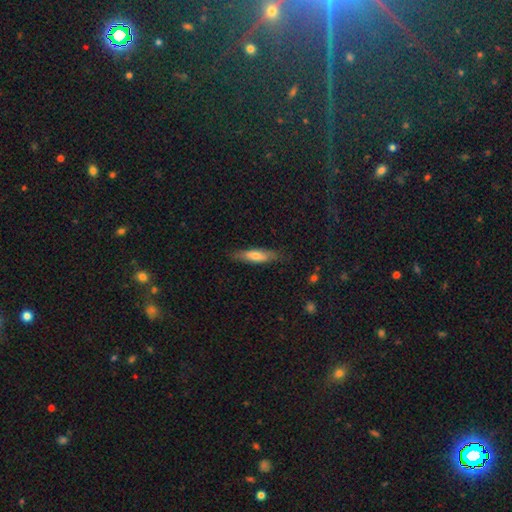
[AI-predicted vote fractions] This is likely a smooth galaxy (60%). How rounded: likely cigar-shaped (69%). Merging: clearly none (81%).